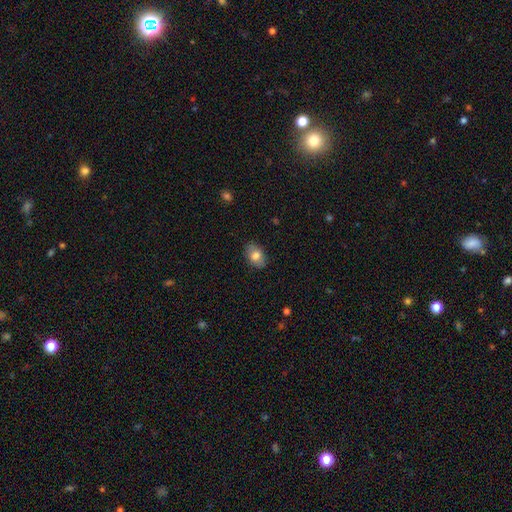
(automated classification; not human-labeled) This is likely a smooth galaxy (79%). How rounded: clearly in between (83%). Merging: clearly none (85%).